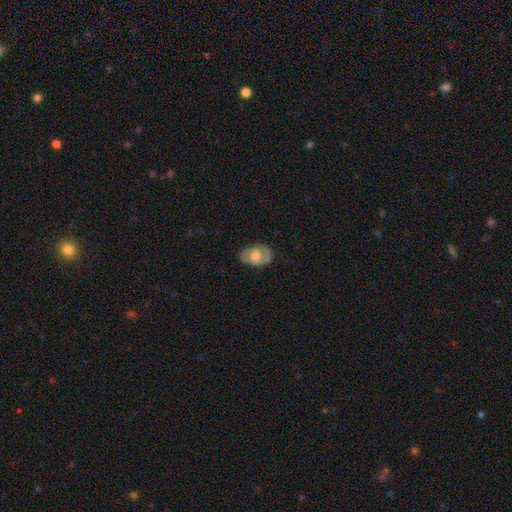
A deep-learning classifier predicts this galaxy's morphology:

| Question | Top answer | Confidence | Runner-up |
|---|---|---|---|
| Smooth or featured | featured or disk | 54% | smooth (39%) |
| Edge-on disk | no | 95% | yes (5%) |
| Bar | no | 69% | weak (26%) |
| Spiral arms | yes | 64% | no (36%) |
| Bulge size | large | 40% | moderate (39%) |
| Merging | none | 71% | minor disturbance (20%) |